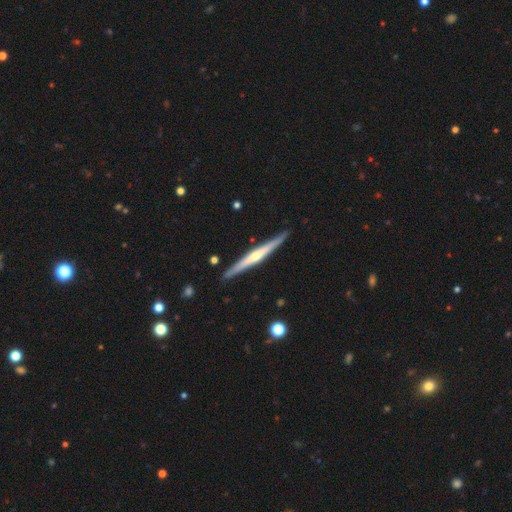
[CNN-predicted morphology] Smooth or featured? featured or disk (71%)
Edge-on disk? yes (98%)
Edge-on bulge? rounded (69%)
Merging? none (90%)